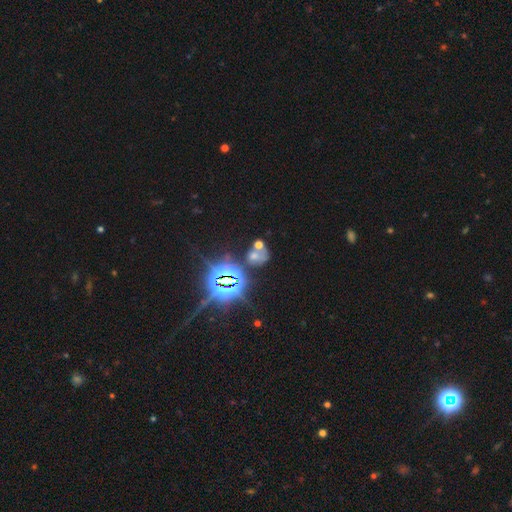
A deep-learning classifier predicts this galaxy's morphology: type=star or artifact (43%).